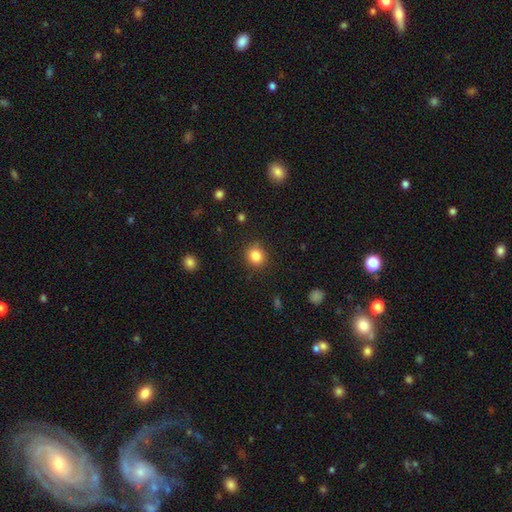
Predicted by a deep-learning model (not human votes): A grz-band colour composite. It shows a smooth galaxy with no disk features (84%) that is round (81%). Merging: none (86%).